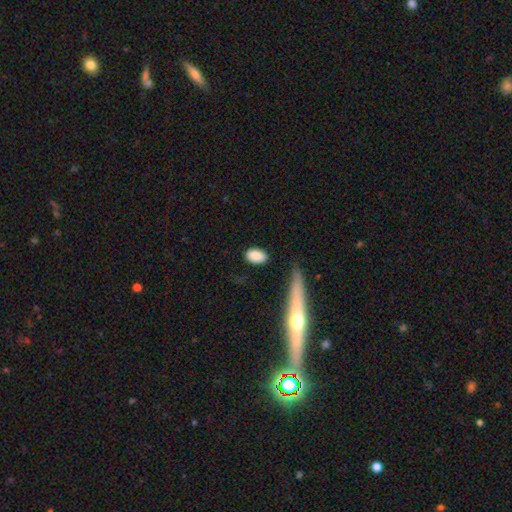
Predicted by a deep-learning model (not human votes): Morphology: type=smooth (88%); roundness=in between (90%); merging=none (82%).